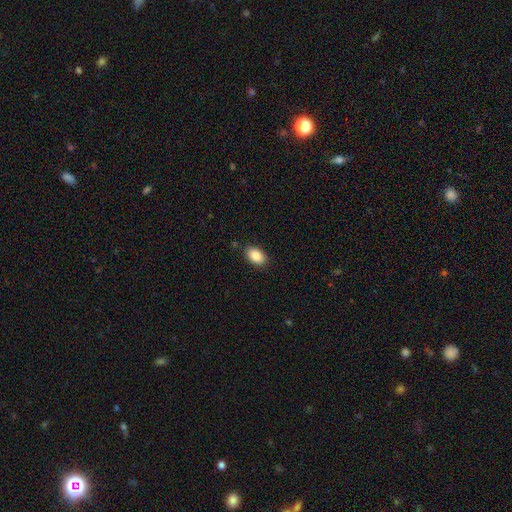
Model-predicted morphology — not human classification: Overall: smooth (88%). How rounded: in between (90%). Merging: none (87%).